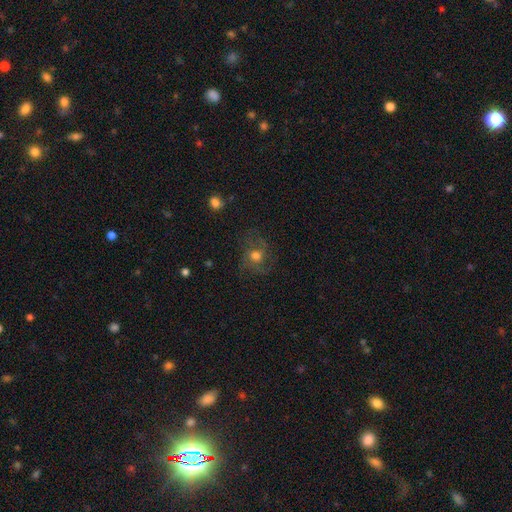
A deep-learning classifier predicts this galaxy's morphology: A smooth galaxy with no disk features (43%).

Vote fractions:
- Smooth or featured? smooth: 43% / featured or disk: 42% / star or artifact: 14%
- Merging? none: 60% / major disturbance: 19% / minor disturbance: 19% / merger: 2%